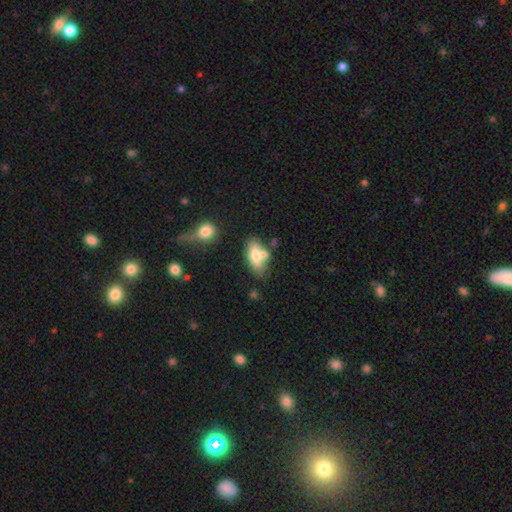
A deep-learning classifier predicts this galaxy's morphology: smooth_or_featured: smooth (p=0.71) [alt: featured or disk p=0.21]
how_rounded: in between (p=0.87) [alt: cigar-shaped p=0.08]
merging: none (p=0.50) [alt: merger p=0.26]